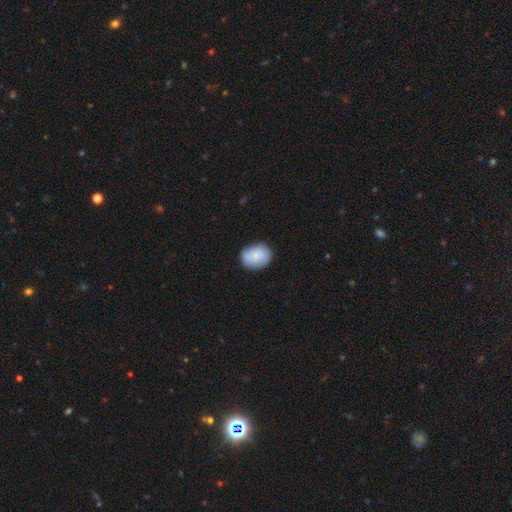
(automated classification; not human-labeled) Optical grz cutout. It shows a smooth galaxy with no disk features (69%) that is in between round and cigar-shaped (53%). Merging: none (74%).